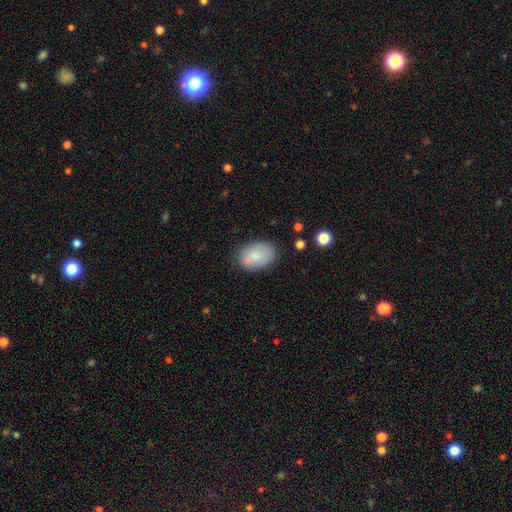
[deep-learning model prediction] This is likely a smooth galaxy (80%). How rounded: clearly in between (85%). Merging: likely none (73%).